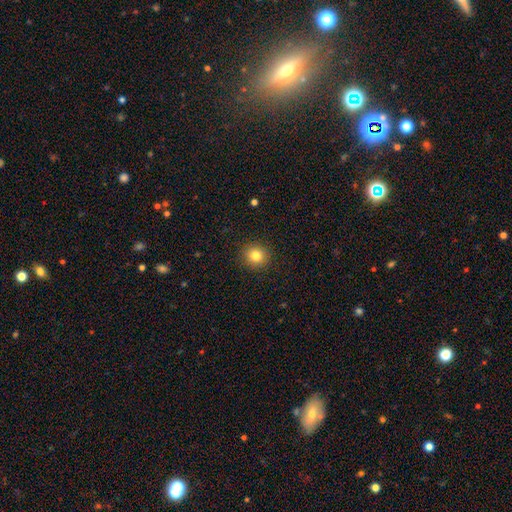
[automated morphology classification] This is clearly a smooth galaxy (82%). How rounded: clearly round (91%). Merging: clearly none (91%).